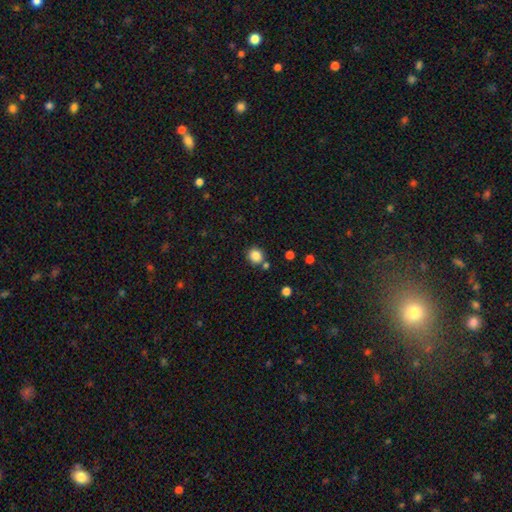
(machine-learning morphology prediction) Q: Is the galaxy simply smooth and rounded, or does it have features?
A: smooth — 84%.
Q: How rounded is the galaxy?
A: round — 89%.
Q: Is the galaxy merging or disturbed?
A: none — 78%.